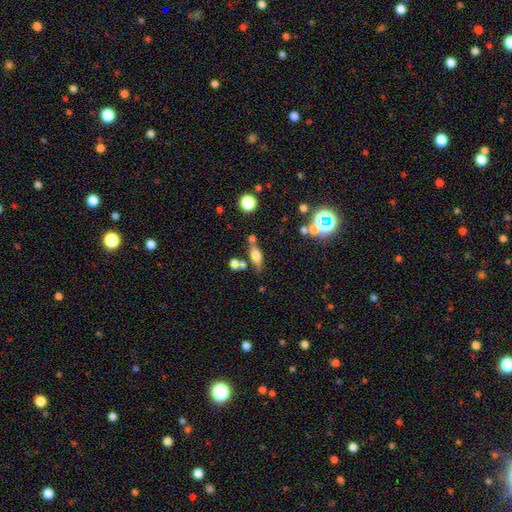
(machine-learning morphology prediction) The model was most divided on "smooth or featured": smooth: 63%, featured or disk: 23%, star or artifact: 13%. More confident: how rounded — in between (70%); merging — none (58%).